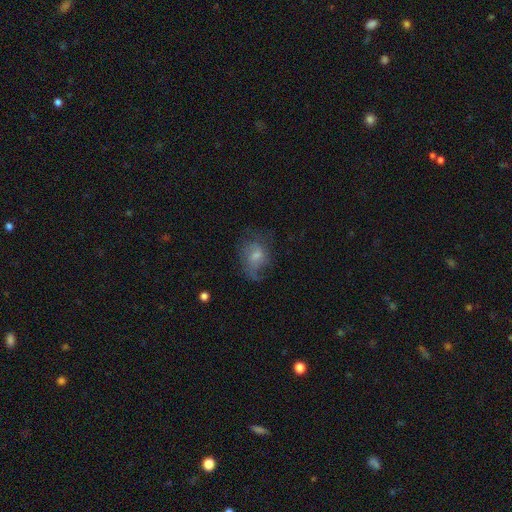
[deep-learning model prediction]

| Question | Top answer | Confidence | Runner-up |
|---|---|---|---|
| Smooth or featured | featured or disk | 47% | smooth (43%) |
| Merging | none | 47% | major disturbance (26%) |